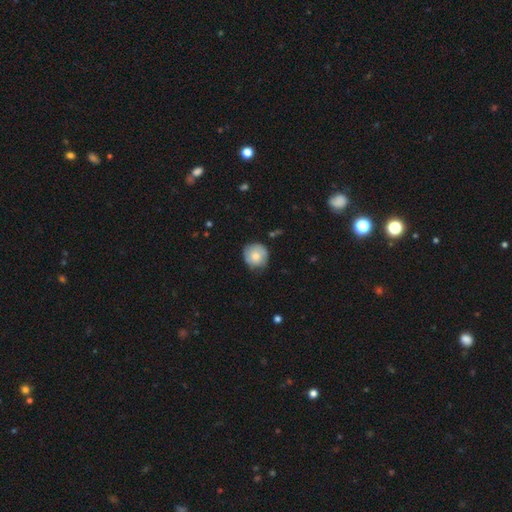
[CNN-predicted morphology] Smooth or featured? smooth (66%)
How rounded? round (87%)
Merging? none (72%)